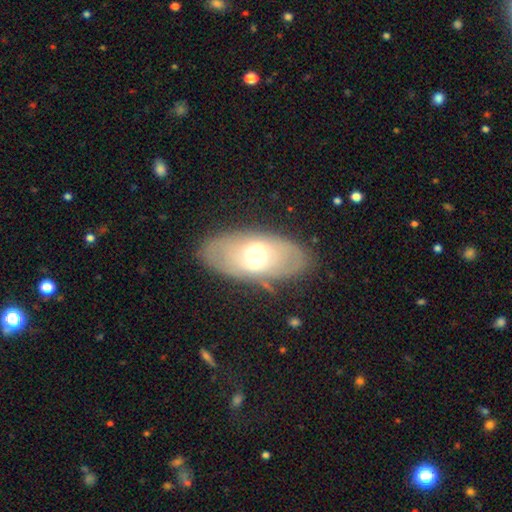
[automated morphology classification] featured or disk 55%, smooth 37%, star or artifact 7%. Down the decision tree: edge-on disk — no (85%); merging — none (79%).